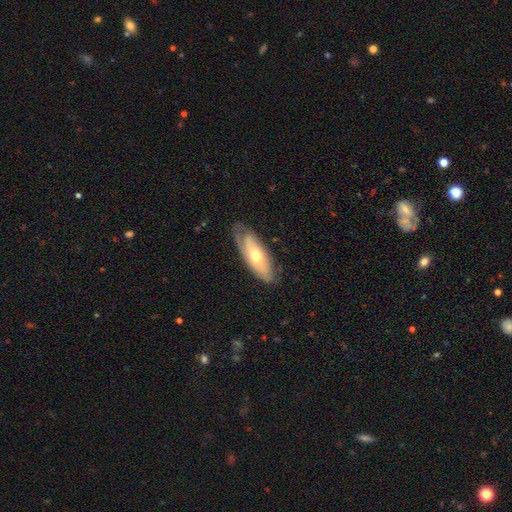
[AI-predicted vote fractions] A featured or disk galaxy (54%). Merging: none (67%).